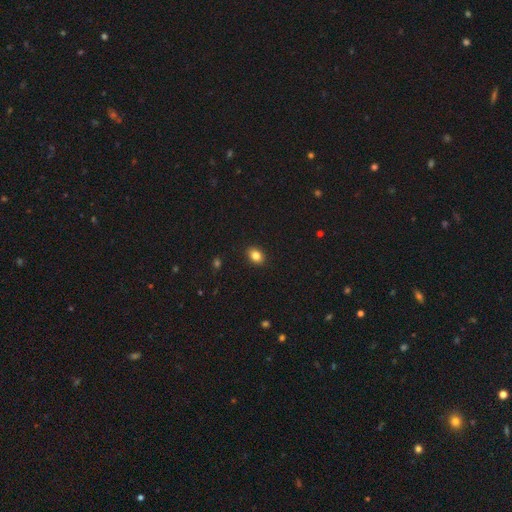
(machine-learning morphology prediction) Smooth or featured?
  - smooth: 84% *
  - star or artifact: 10%
  - featured or disk: 6%
How rounded?
  - in between: 71% *
  - round: 28%
  - cigar-shaped: 1%
Merging?
  - none: 90% *
  - minor disturbance: 8%
  - major disturbance: 2%
  - merger: 1%